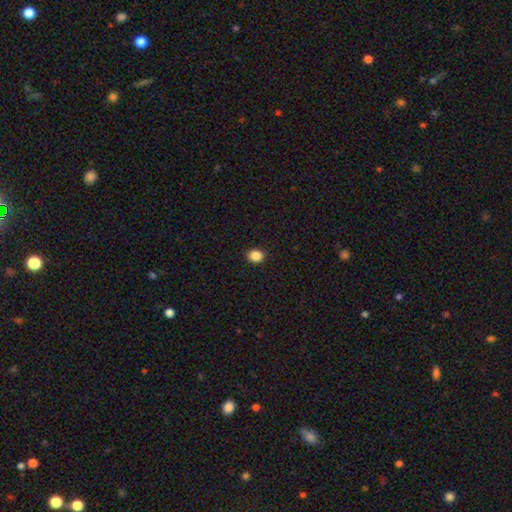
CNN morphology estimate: Smooth or featured?
  - smooth: 87% *
  - star or artifact: 10%
  - featured or disk: 3%
How rounded?
  - round: 58% *
  - in between: 41%
  - cigar-shaped: 1%
Merging?
  - none: 91% *
  - minor disturbance: 6%
  - major disturbance: 2%
  - merger: 1%